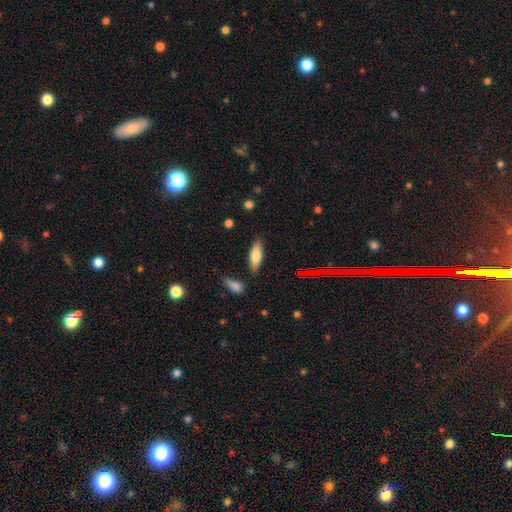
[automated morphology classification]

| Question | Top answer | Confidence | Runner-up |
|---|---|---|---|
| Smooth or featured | smooth | 71% | featured or disk (22%) |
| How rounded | in between | 53% | cigar-shaped (44%) |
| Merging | none | 81% | minor disturbance (12%) |